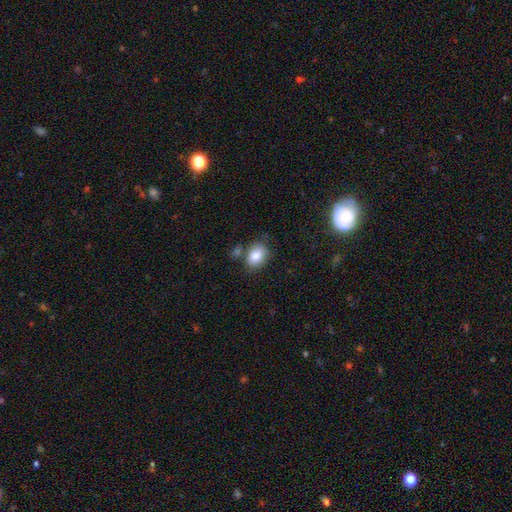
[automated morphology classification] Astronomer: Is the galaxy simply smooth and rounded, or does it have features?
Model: smooth — 83%.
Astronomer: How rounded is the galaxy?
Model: in between — 68%.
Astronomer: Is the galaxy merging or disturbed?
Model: none — 67%.